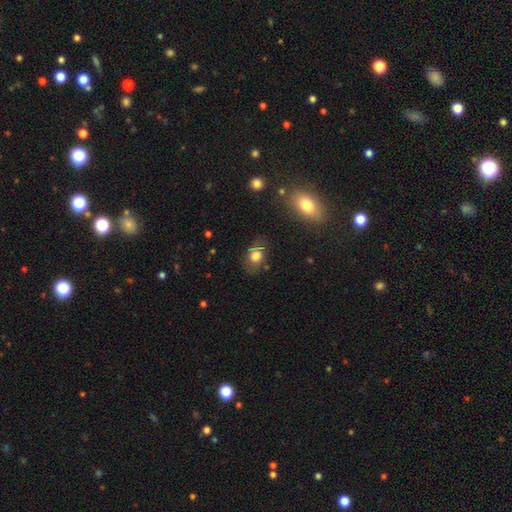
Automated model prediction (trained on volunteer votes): A smooth galaxy with no disk features (75%) that is in between round and cigar-shaped (64%). Merging: none (73%).